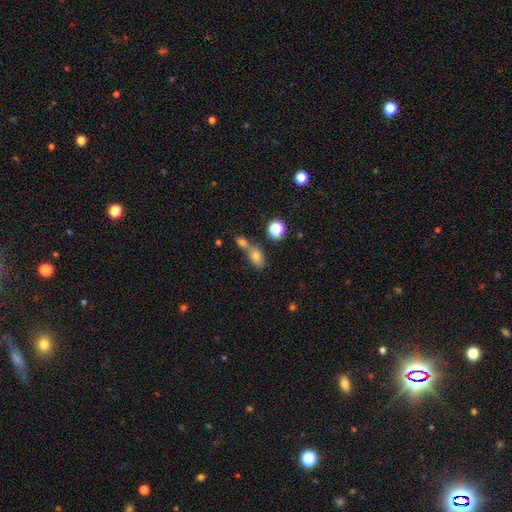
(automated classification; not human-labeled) This is likely a smooth galaxy (73%). How rounded: likely in between (77%). Merging: marginally merger (44%).